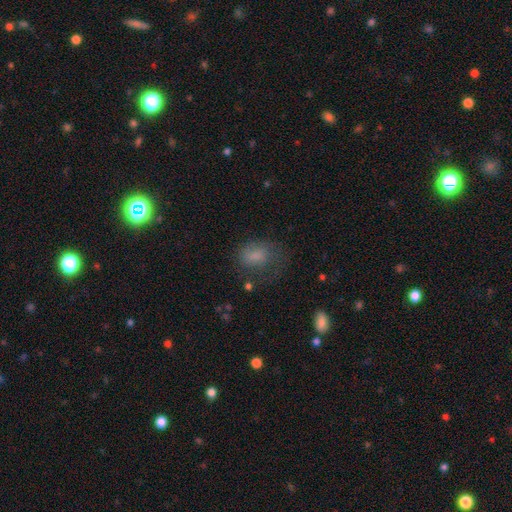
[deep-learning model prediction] Smooth or featured? Predicted: smooth (p=0.70). How rounded? Predicted: in between (p=0.75). Merging? Predicted: none (p=0.42).